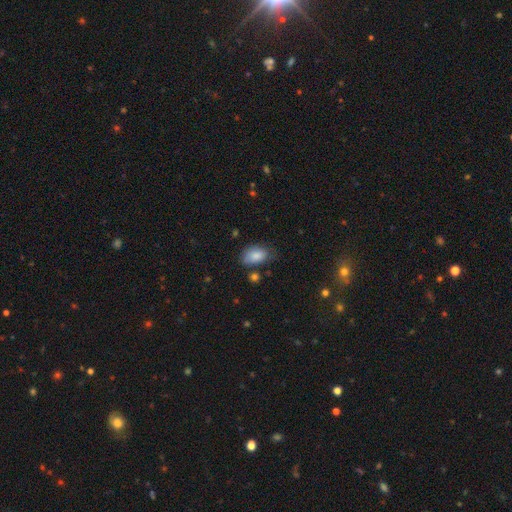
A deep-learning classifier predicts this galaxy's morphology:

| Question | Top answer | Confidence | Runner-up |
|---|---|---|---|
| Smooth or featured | smooth | 85% | featured or disk (8%) |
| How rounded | in between | 91% | round (8%) |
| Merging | none | 59% | minor disturbance (29%) |